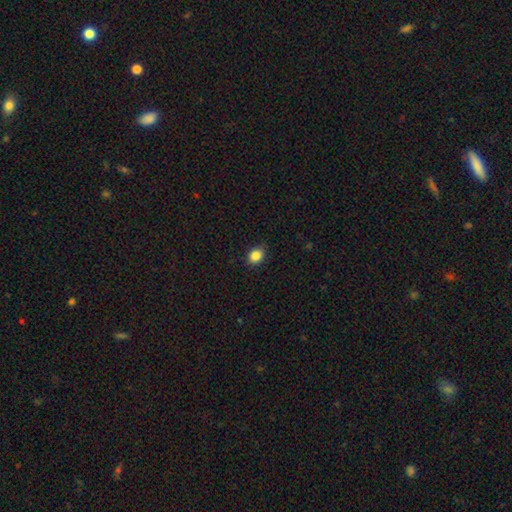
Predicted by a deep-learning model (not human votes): smooth_or_featured: smooth (p=0.87) [alt: star or artifact p=0.10]
how_rounded: in between (p=0.51) [alt: round p=0.48]
merging: none (p=0.87) [alt: minor disturbance p=0.09]